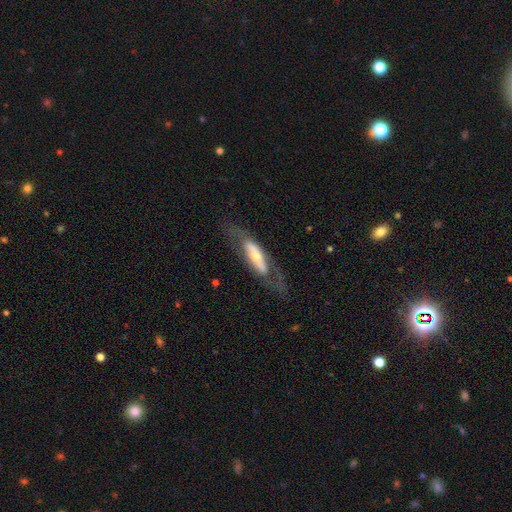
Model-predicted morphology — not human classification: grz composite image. It shows a featured or disk galaxy (63%). Merging: none (59%).